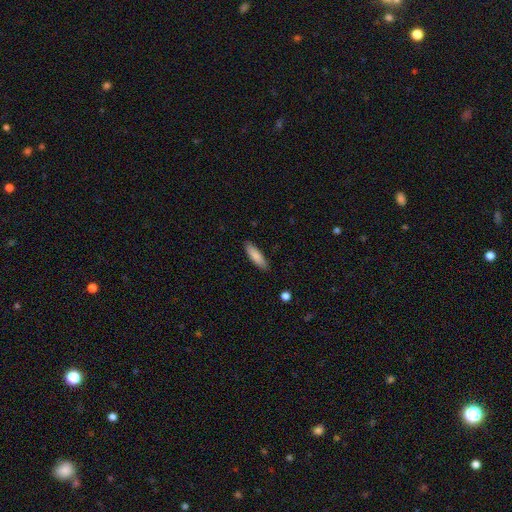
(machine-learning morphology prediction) smooth-or-featured: smooth: 85% | featured or disk: 9% | star or artifact: 6%
  how-rounded: cigar-shaped: 57% | in between: 41% | round: 1%
  merging: none: 87% | minor disturbance: 10% | major disturbance: 2% | merger: 1%